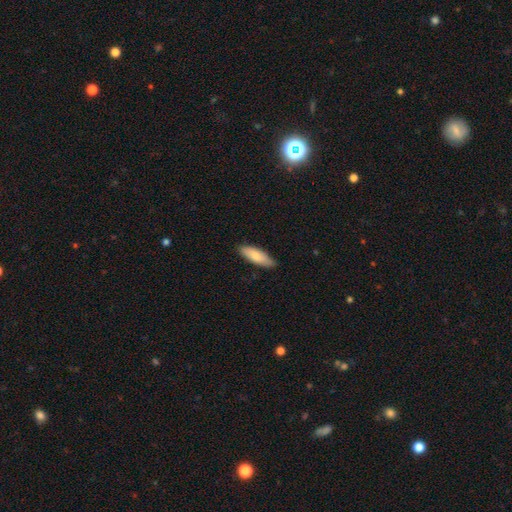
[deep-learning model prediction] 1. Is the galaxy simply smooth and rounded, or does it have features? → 80% smooth, 14% featured or disk, 5% star or artifact.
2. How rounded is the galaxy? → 60% in between, 39% cigar-shaped, 2% round.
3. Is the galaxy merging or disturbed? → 85% none, 12% minor disturbance, 2% major disturbance, 1% merger.